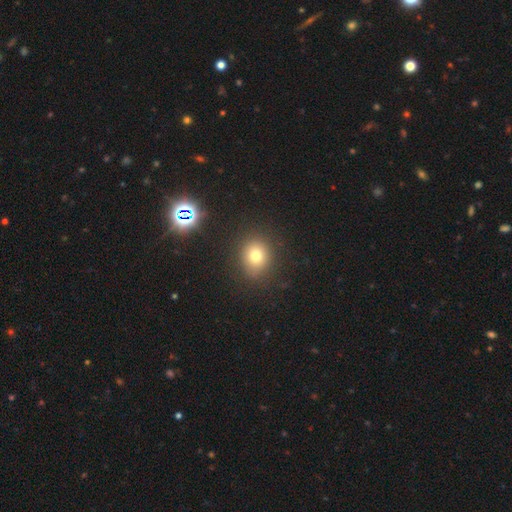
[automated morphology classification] This is likely a smooth galaxy (75%). How rounded: likely round (74%). Merging: clearly none (85%).